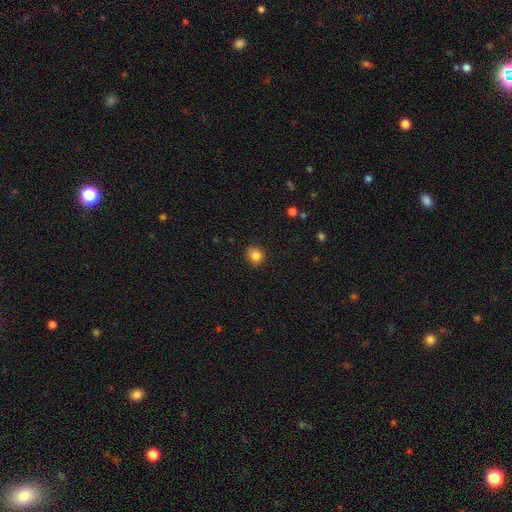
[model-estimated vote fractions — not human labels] smooth-or-featured: smooth: 84% | star or artifact: 11% | featured or disk: 5%
  how-rounded: round: 85% | in between: 14% | cigar-shaped: 1%
  merging: none: 89% | minor disturbance: 8% | major disturbance: 2% | merger: 1%